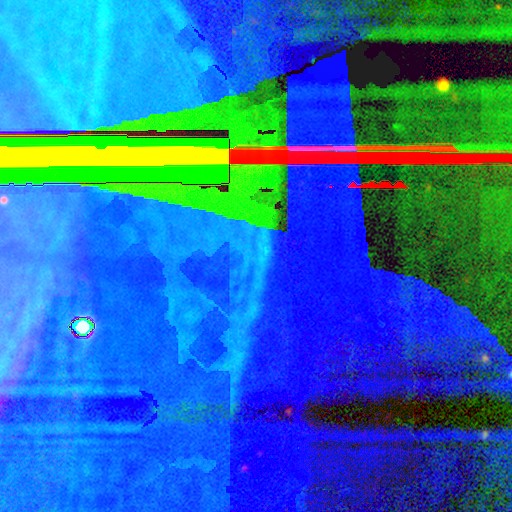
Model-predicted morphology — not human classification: Q: Smooth or featured?
A: star or artifact (87%); runner-up: featured or disk (7%)